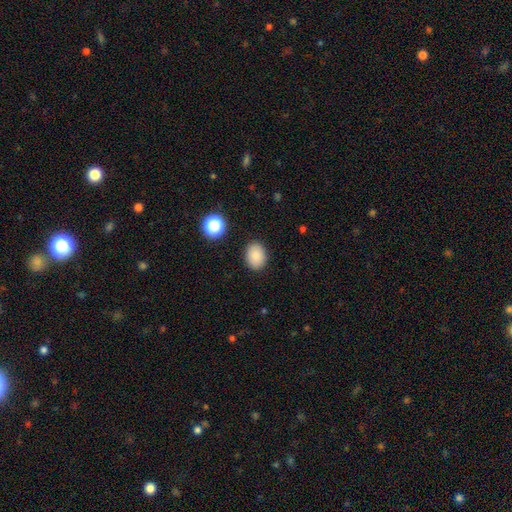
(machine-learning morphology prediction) Smooth or featured? Predicted: smooth (p=0.85). How rounded? Predicted: in between (p=0.64). Merging? Predicted: none (p=0.88).